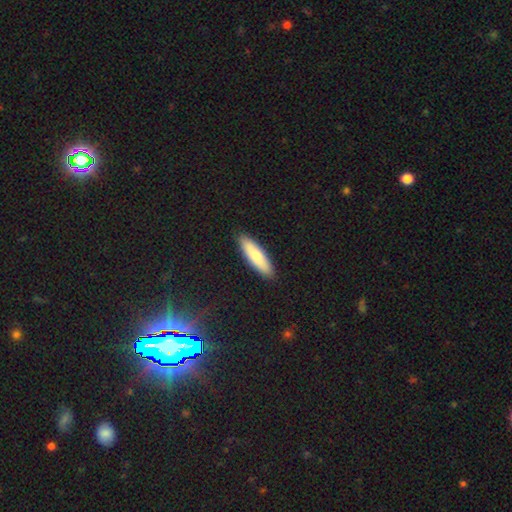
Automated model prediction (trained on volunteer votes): This is likely a smooth galaxy (79%). How rounded: likely cigar-shaped (64%). Merging: clearly none (91%).